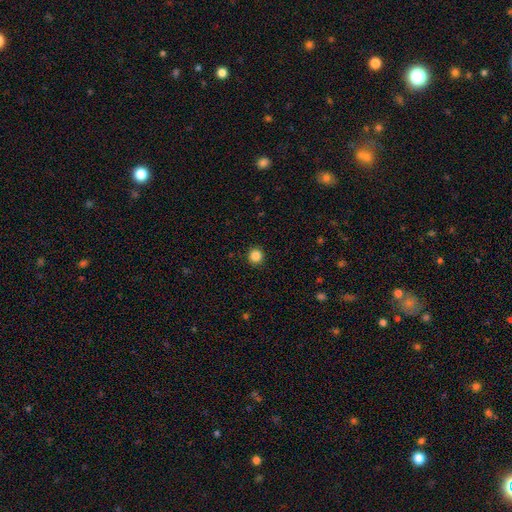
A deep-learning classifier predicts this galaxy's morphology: Smooth or featured: smooth — 86% (star or artifact — 11%)
How rounded: round — 94% (in between — 5%)
Merging: none — 92% (minor disturbance — 5%)